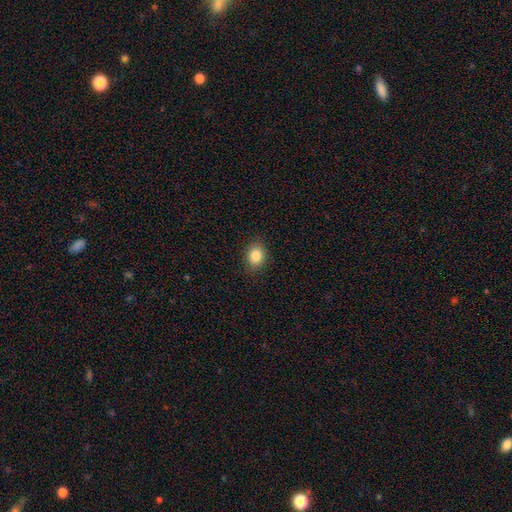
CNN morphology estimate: Smooth or featured: smooth — 85% (star or artifact — 9%)
How rounded: in between — 59% (round — 40%)
Merging: none — 88% (minor disturbance — 9%)